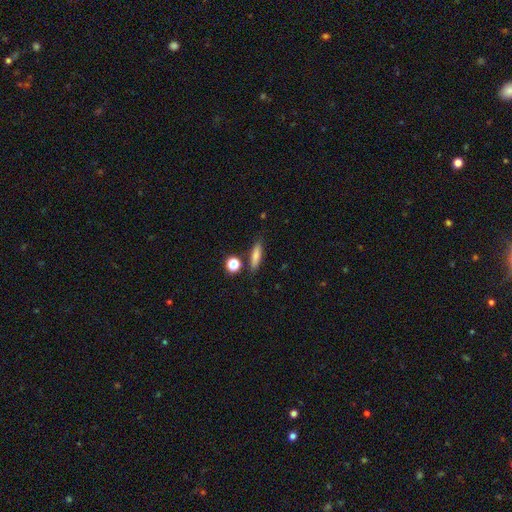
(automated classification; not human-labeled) Smooth or featured: smooth — 77% (featured or disk — 14%)
How rounded: cigar-shaped — 62% (in between — 32%)
Merging: none — 81% (minor disturbance — 11%)